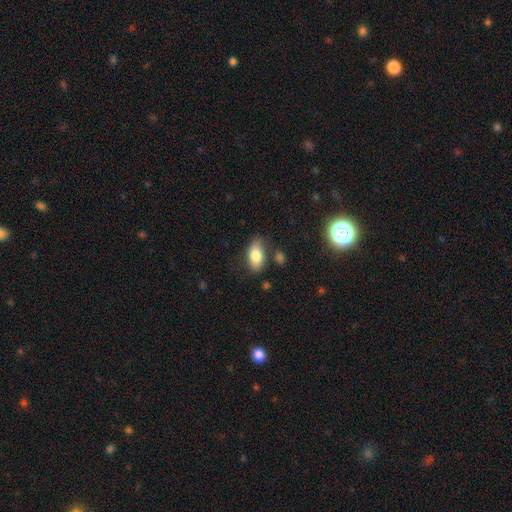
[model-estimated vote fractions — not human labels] Overall: smooth (81%). How rounded: in between (90%). Merging: none (74%).